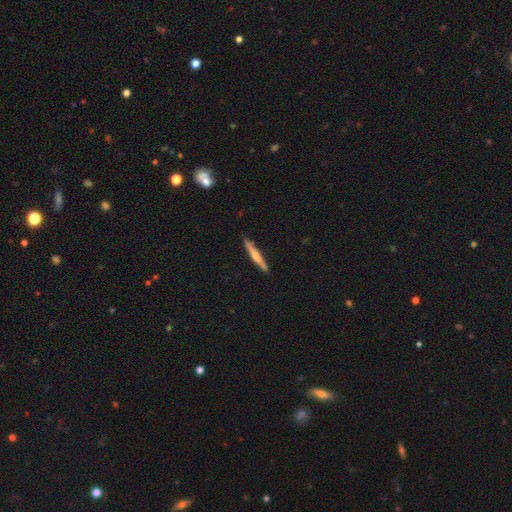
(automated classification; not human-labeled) Overall: featured or disk (50%; smooth 45%). Merging: none (90%).